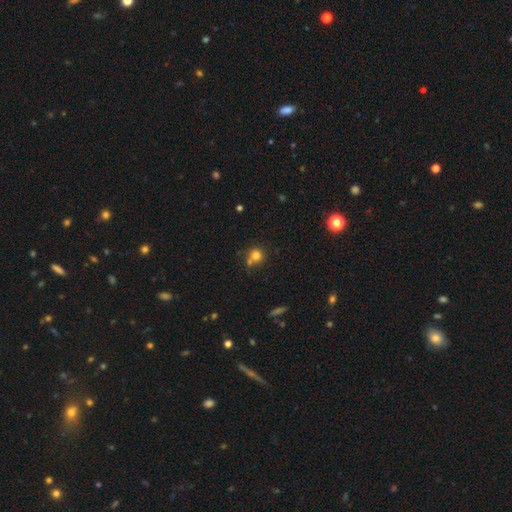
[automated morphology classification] Q: Smooth or featured?
A: smooth (77%); runner-up: star or artifact (14%)
Q: How rounded?
A: round (86%); runner-up: in between (13%)
Q: Merging?
A: none (55%); runner-up: merger (27%)